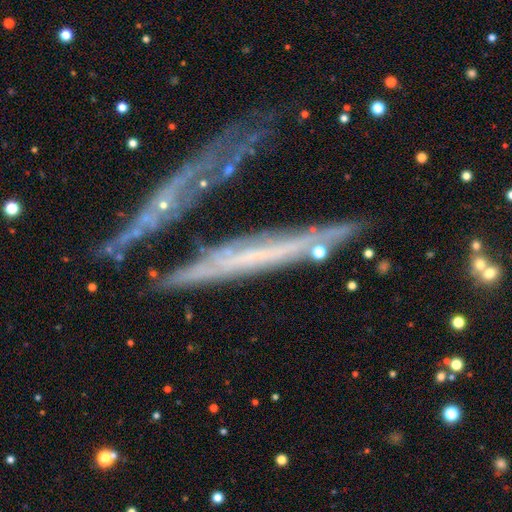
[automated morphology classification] smooth_or_featured: featured or disk (p=0.66) [alt: smooth p=0.23]
disk_edge_on: yes (p=0.75) [alt: no p=0.25]
merging: none (p=0.58) [alt: minor disturbance p=0.18]